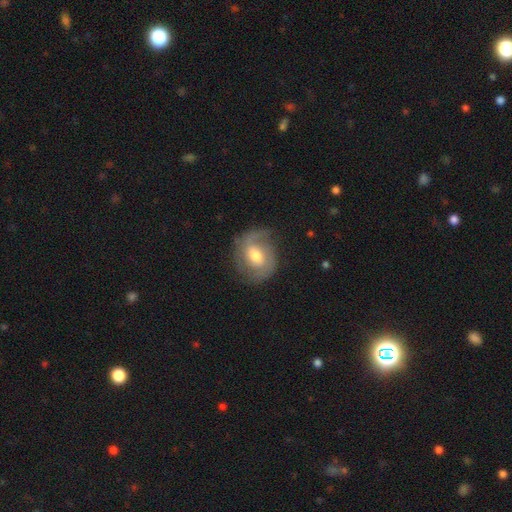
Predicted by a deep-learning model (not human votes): Smooth or featured? Predicted: featured or disk (p=0.70). Edge-on disk? Predicted: no (p=0.97). Bar? Predicted: weak (p=0.49). Spiral arms? Predicted: yes (p=0.87). Spiral winding? Predicted: medium (p=0.44). Spiral arm count? Predicted: 2 (p=0.77). Bulge size? Predicted: moderate (p=0.69). Merging? Predicted: none (p=0.71).